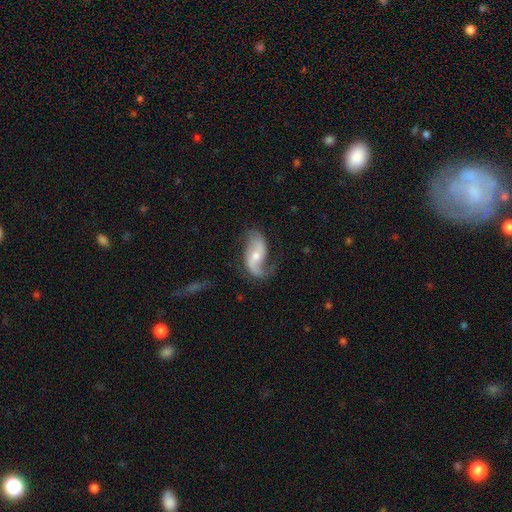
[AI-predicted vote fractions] featured or disk 81%, smooth 13%, star or artifact 6%. Down the decision tree: edge-on disk — no (96%); bar — no (46%); spiral arms — yes (94%); spiral arm count — 2 (78%); spiral winding — loose (61%); bulge size — moderate (53%); merging — none (58%).